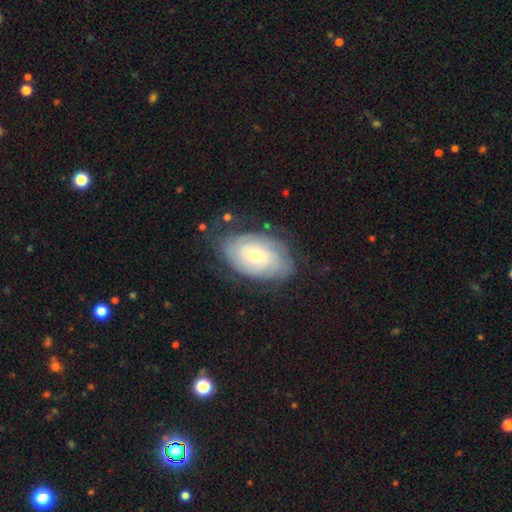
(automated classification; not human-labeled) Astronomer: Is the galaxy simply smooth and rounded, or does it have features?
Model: featured or disk — 67%.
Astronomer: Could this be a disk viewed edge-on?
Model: no — 95%.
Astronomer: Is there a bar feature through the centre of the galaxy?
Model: no — 76%.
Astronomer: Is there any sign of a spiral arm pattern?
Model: yes — 84%.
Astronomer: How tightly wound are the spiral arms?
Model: tight — 76%.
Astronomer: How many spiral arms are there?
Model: can't tell — 59%.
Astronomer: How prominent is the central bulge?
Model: small — 51% (runner-up: moderate, 45%).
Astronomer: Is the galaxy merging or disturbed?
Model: none — 72%.